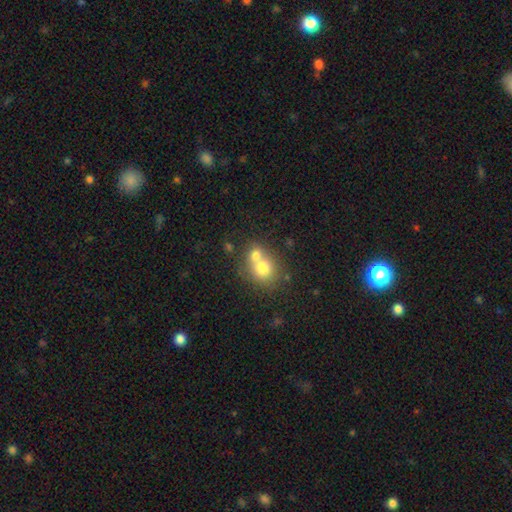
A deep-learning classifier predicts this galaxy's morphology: Smooth or featured? smooth (71%)
How rounded? round (70%)
Merging? merger (62%)